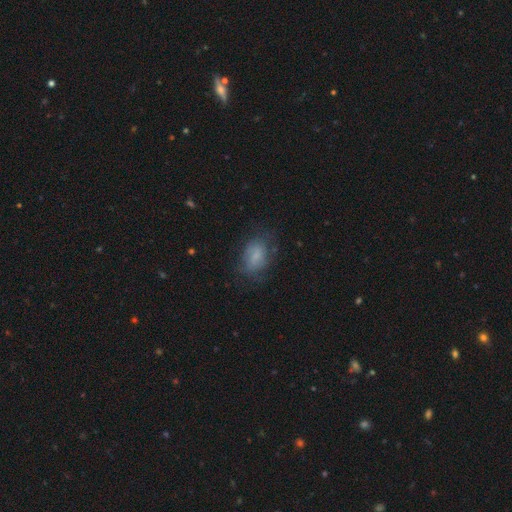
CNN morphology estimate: This is likely a smooth galaxy (71%). How rounded: clearly in between (82%). Merging: likely none (61%).